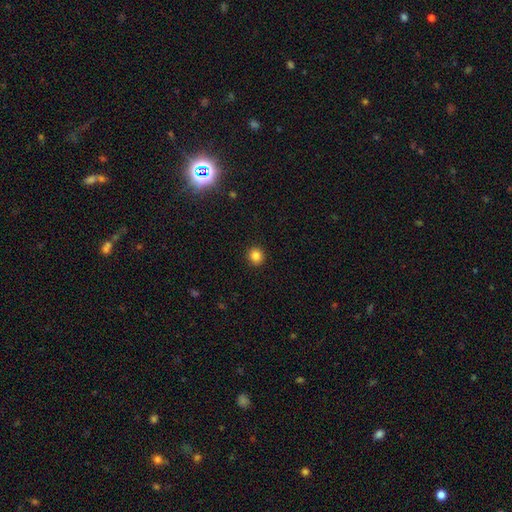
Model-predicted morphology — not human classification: The model was most divided on "smooth or featured": smooth: 83%, star or artifact: 12%, featured or disk: 5%. More confident: merging — none (93%); how rounded — round (93%).